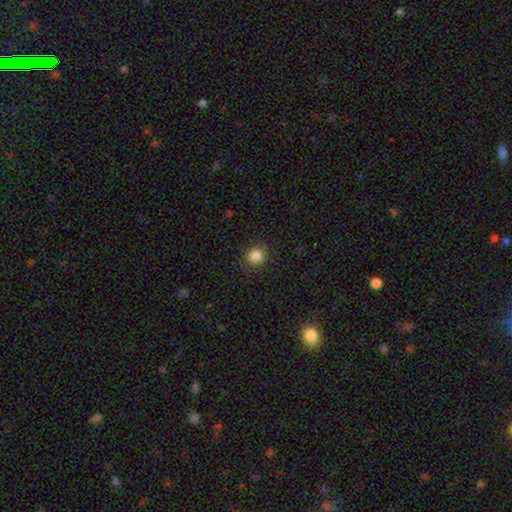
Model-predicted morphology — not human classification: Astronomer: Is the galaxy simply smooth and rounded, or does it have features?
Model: smooth — 85%.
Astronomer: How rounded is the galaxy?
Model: round — 91%.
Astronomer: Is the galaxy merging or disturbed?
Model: none — 88%.